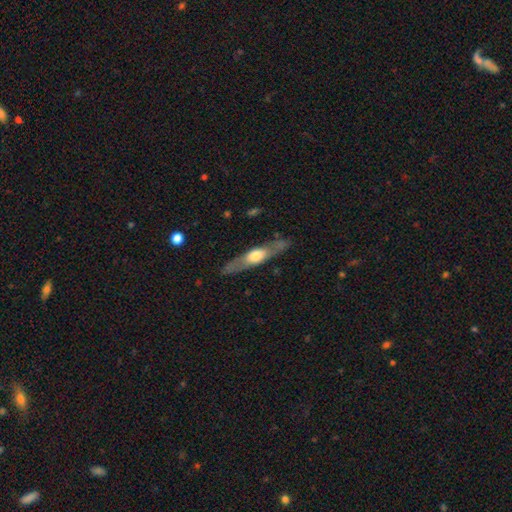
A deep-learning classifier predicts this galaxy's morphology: type=featured or disk (57%); edge-on=yes (81%); merging=none (82%).